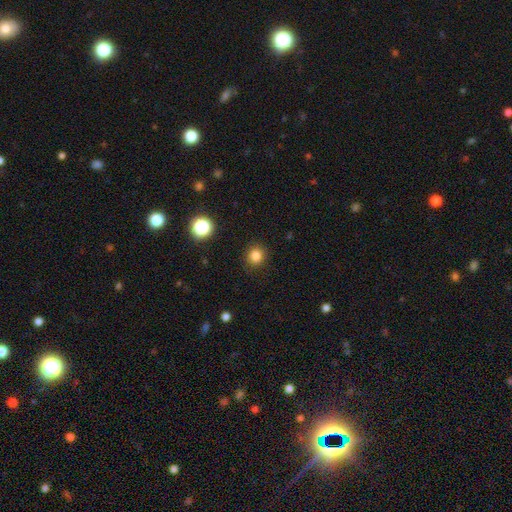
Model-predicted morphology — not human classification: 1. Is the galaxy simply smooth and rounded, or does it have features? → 83% smooth, 13% star or artifact, 4% featured or disk.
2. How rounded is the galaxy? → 86% round, 13% in between, 1% cigar-shaped.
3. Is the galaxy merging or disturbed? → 89% none, 7% minor disturbance, 3% major disturbance, 1% merger.